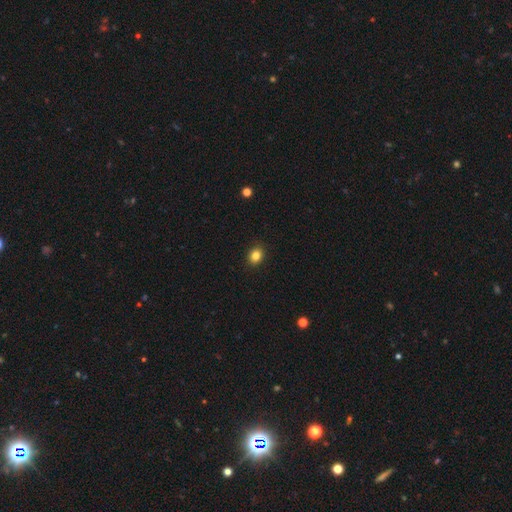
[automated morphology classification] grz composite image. It shows a smooth galaxy with no disk features (84%) that is round (52%). Merging: none (90%).